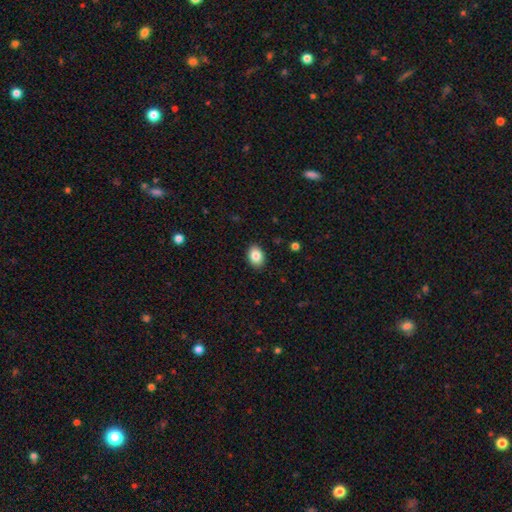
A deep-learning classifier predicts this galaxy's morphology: Smooth or featured?
  - smooth: 85% *
  - star or artifact: 8%
  - featured or disk: 7%
How rounded?
  - in between: 75% *
  - round: 24%
  - cigar-shaped: 1%
Merging?
  - none: 89% *
  - minor disturbance: 8%
  - major disturbance: 2%
  - merger: 1%